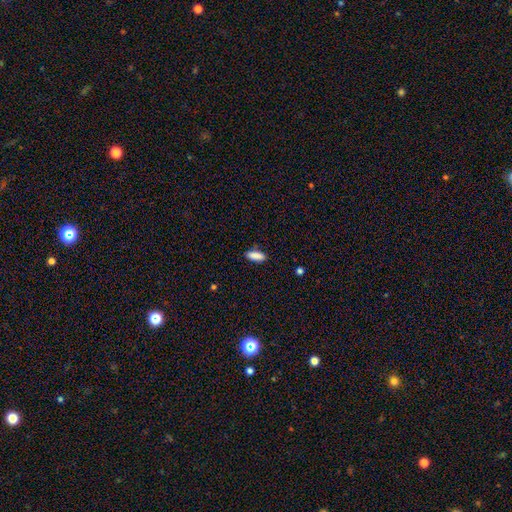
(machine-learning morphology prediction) The model was most divided on "how rounded": in between: 70%, cigar-shaped: 28%, round: 2%. More confident: smooth or featured — smooth (89%); merging — none (86%).